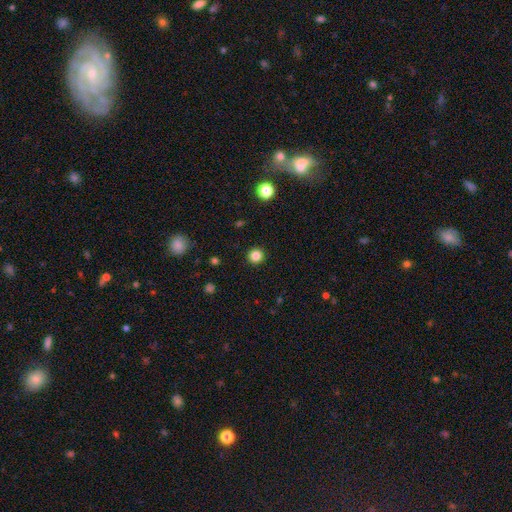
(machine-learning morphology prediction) Smooth or featured? smooth (84%)
How rounded? round (95%)
Merging? none (93%)